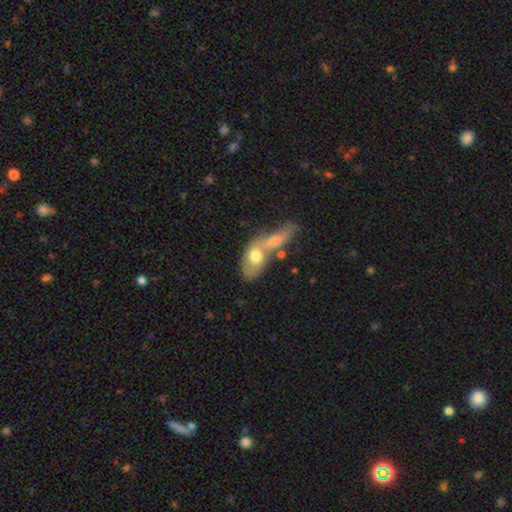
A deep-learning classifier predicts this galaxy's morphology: Smooth or featured?
  - smooth: 63% *
  - featured or disk: 30%
  - star or artifact: 7%
How rounded?
  - in between: 79% *
  - cigar-shaped: 11%
  - round: 10%
Merging?
  - merger: 60% *
  - none: 21%
  - minor disturbance: 11%
  - major disturbance: 9%